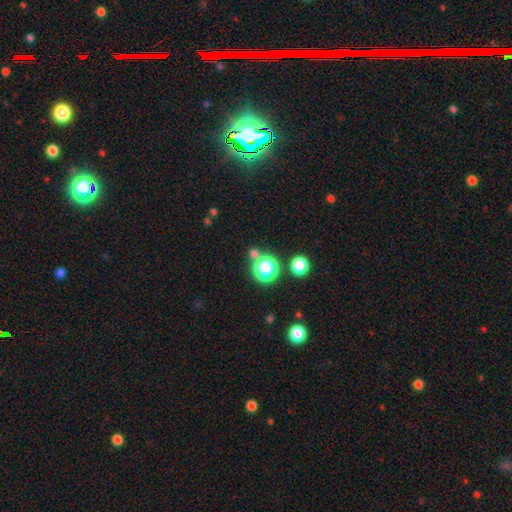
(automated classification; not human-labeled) Q: Smooth or featured?
A: star or artifact (53%); runner-up: smooth (39%)